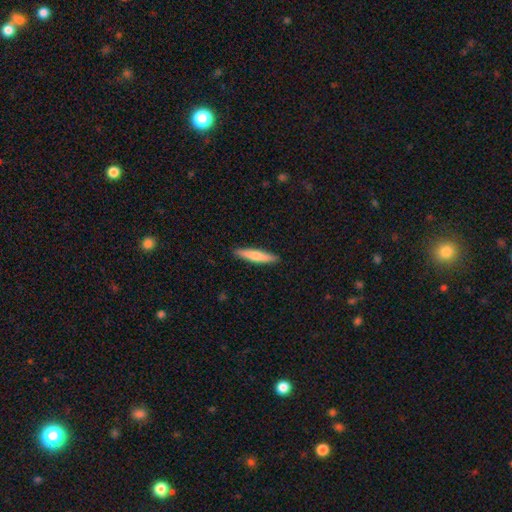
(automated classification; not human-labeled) smooth 69%, featured or disk 26%, star or artifact 5%. Down the decision tree: how rounded — cigar-shaped (90%); merging — none (91%).